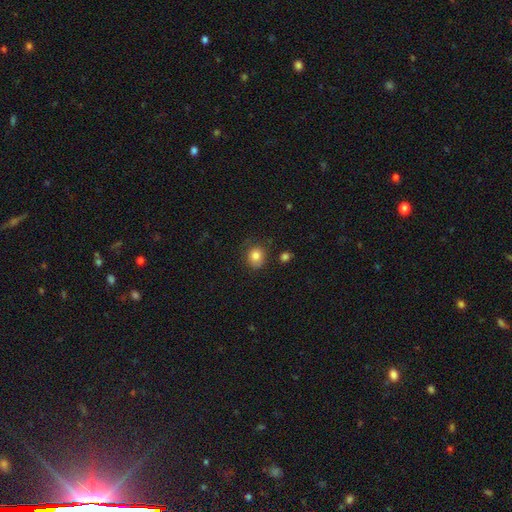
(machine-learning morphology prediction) The model was most divided on "how rounded": round: 78%, in between: 21%, cigar-shaped: 1%. More confident: smooth or featured — smooth (83%); merging — none (76%).